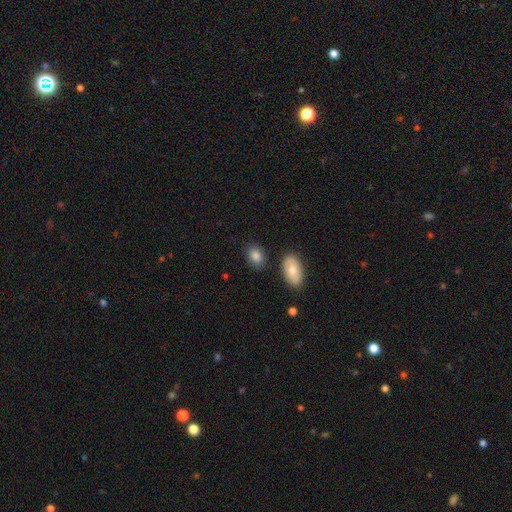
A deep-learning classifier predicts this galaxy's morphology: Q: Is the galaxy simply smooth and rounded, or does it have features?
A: smooth — 84%.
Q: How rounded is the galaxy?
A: in between — 78%.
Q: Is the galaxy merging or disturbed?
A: none — 81%.